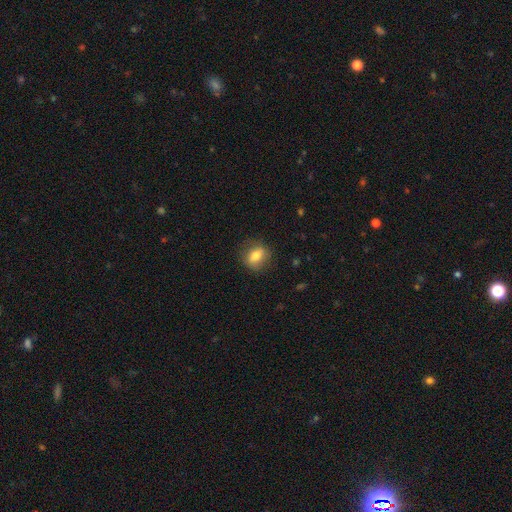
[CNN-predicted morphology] smooth-or-featured: smooth: 77% | featured or disk: 15% | star or artifact: 8%
  how-rounded: in between: 56% | round: 42% | cigar-shaped: 2%
  merging: none: 80% | minor disturbance: 15% | major disturbance: 4% | merger: 1%